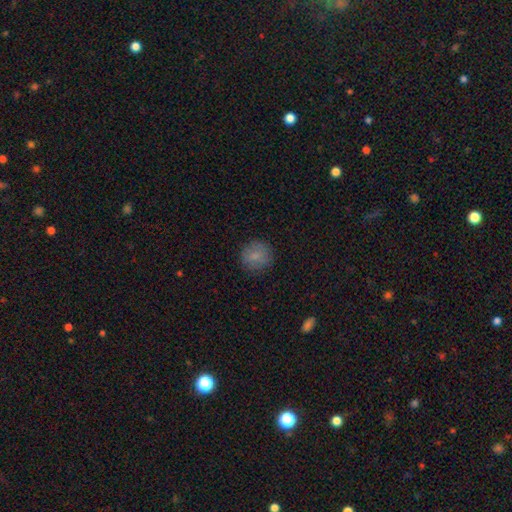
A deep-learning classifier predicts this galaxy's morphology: This appears to be a smooth galaxy with no disk features (82%) that is round (91%). Merging: none (86%).